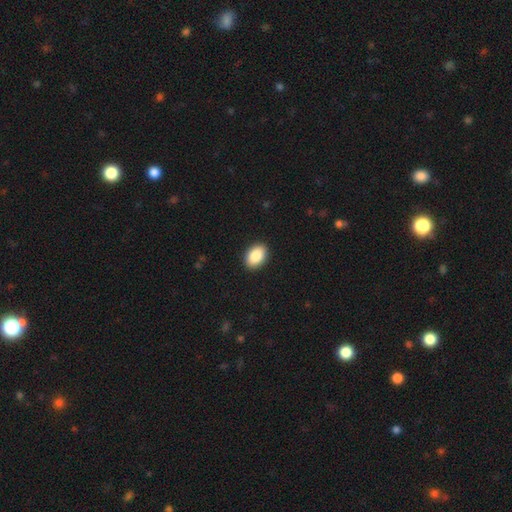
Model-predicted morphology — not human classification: Smooth or featured?
  - smooth: 88% *
  - star or artifact: 7%
  - featured or disk: 5%
How rounded?
  - in between: 87% *
  - round: 12%
  - cigar-shaped: 1%
Merging?
  - none: 91% *
  - minor disturbance: 6%
  - major disturbance: 2%
  - merger: 1%